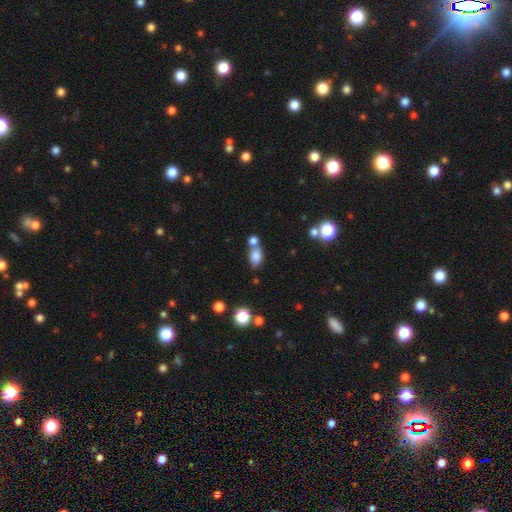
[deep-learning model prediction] A smooth galaxy with no disk features (79%) that is in between round and cigar-shaped (82%).

Vote fractions:
- Smooth or featured? smooth: 79% / star or artifact: 11% / featured or disk: 10%
- How rounded? in between: 82% / round: 15% / cigar-shaped: 3%
- Merging? none: 50% / merger: 34% / minor disturbance: 12% / major disturbance: 4%